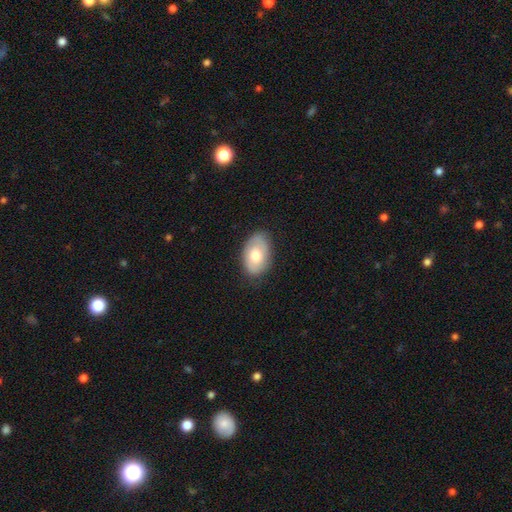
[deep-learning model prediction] Smooth or featured? Predicted: smooth (p=0.67). How rounded? Predicted: in between (p=0.90). Merging? Predicted: none (p=0.79).